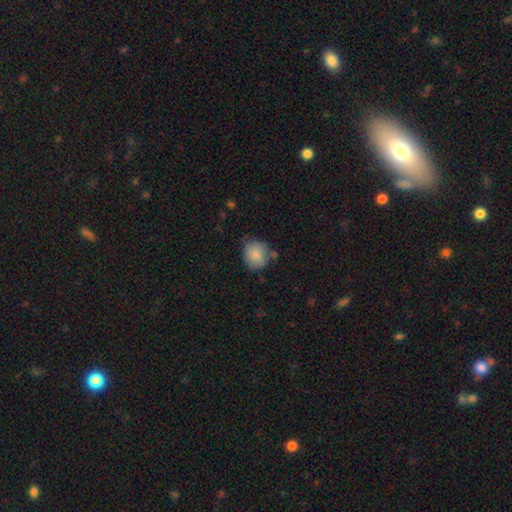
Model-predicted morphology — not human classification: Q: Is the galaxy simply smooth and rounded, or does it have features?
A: smooth — 85%.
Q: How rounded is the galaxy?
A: round — 76%.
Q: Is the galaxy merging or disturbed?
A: none — 63%.